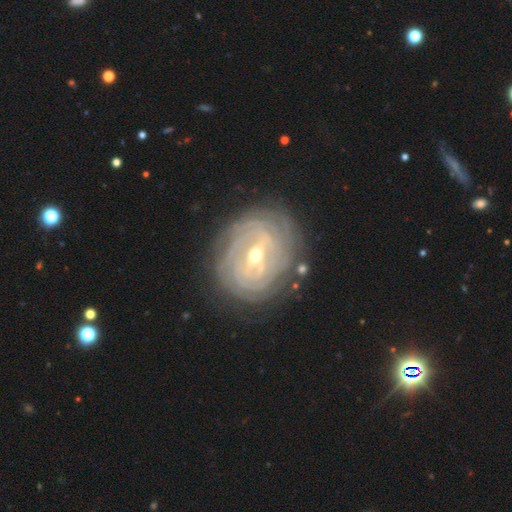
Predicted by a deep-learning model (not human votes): This appears to be a featured or disk galaxy (89%) with a strong bar (47%), tight (87%) spiral arms (96%) and a moderate central bulge (52%). Merging: none (81%).